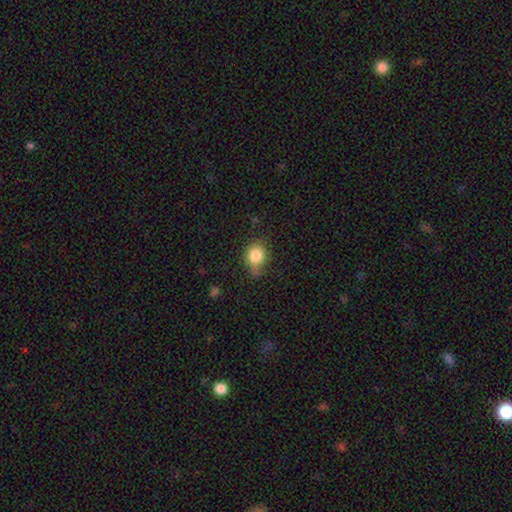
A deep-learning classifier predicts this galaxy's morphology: smooth_or_featured: smooth (p=0.83) [alt: star or artifact p=0.10]
how_rounded: round (p=0.64) [alt: in between p=0.34]
merging: none (p=0.55) [alt: minor disturbance p=0.33]